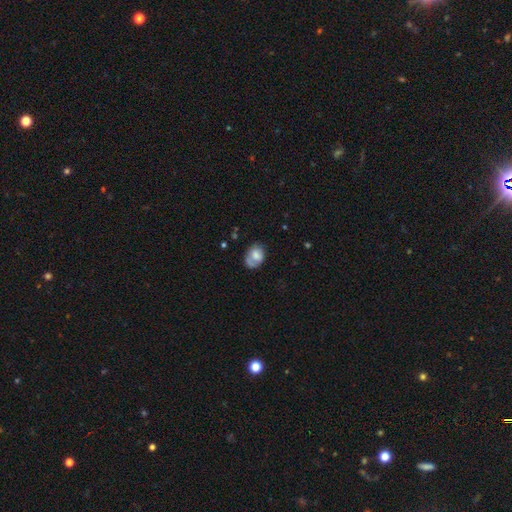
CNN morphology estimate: A smooth galaxy with no disk features (66%) that is in between round and cigar-shaped (72%).

Vote fractions:
- Smooth or featured? smooth: 66% / featured or disk: 26% / star or artifact: 8%
- How rounded? in between: 72% / round: 27% / cigar-shaped: 1%
- Merging? none: 49% / minor disturbance: 30% / major disturbance: 15% / merger: 5%